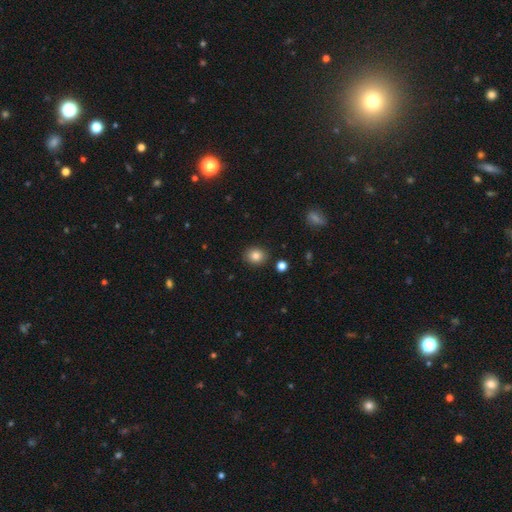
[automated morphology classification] The model was most divided on "how rounded": round: 67%, in between: 32%, cigar-shaped: 1%. More confident: merging — none (88%); smooth or featured — smooth (83%).